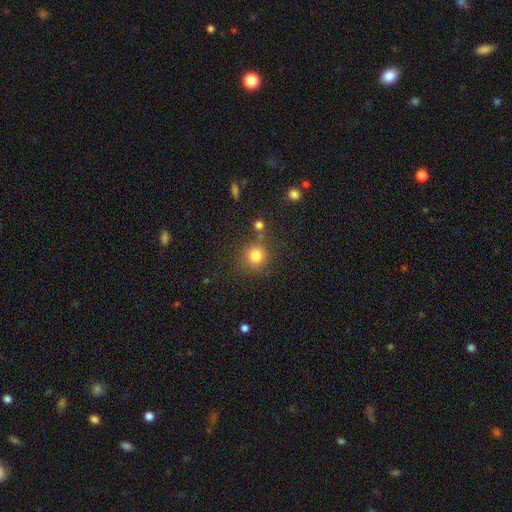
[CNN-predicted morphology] smooth-or-featured: smooth: 81% | star or artifact: 13% | featured or disk: 6%
  how-rounded: round: 91% | in between: 8% | cigar-shaped: 1%
  merging: none: 75% | minor disturbance: 11% | merger: 9% | major disturbance: 5%